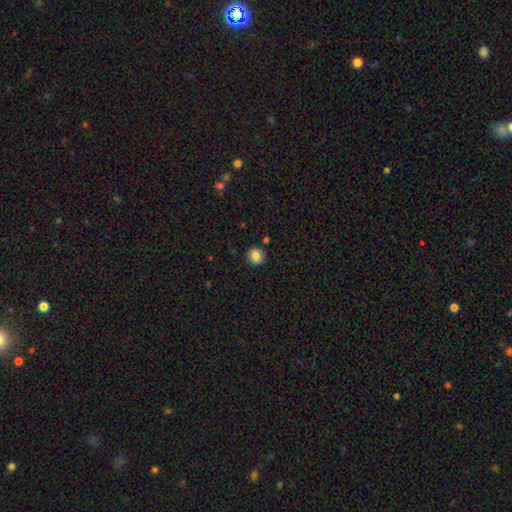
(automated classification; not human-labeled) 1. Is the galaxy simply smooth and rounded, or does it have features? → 84% smooth, 10% star or artifact, 6% featured or disk.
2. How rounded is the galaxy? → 88% round, 11% in between, 1% cigar-shaped.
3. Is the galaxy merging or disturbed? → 89% none, 7% minor disturbance, 2% merger, 2% major disturbance.